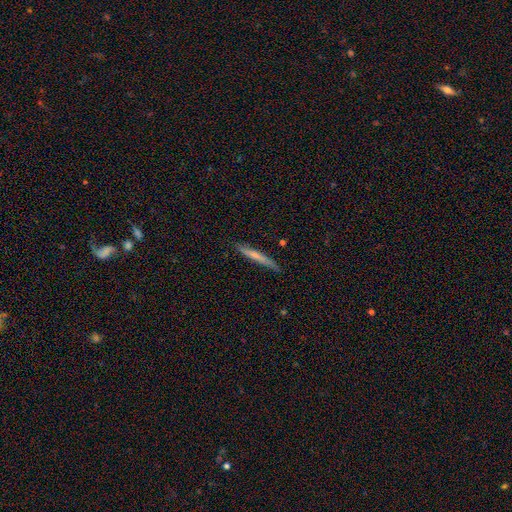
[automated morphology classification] Smooth or featured? Predicted: smooth (p=0.60). How rounded? Predicted: cigar-shaped (p=0.96). Merging? Predicted: none (p=0.83).